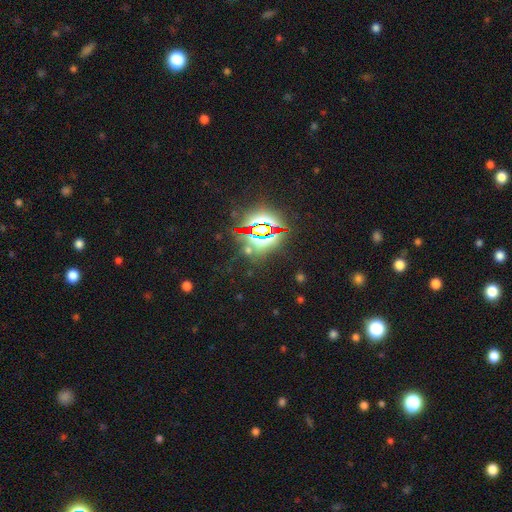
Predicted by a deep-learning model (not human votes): Smooth or featured: star or artifact — 83% (smooth — 9%)